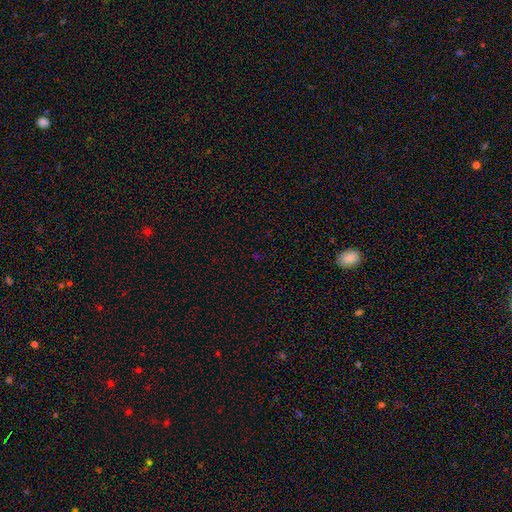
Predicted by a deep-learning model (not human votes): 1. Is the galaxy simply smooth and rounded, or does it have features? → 66% star or artifact, 27% smooth, 7% featured or disk.